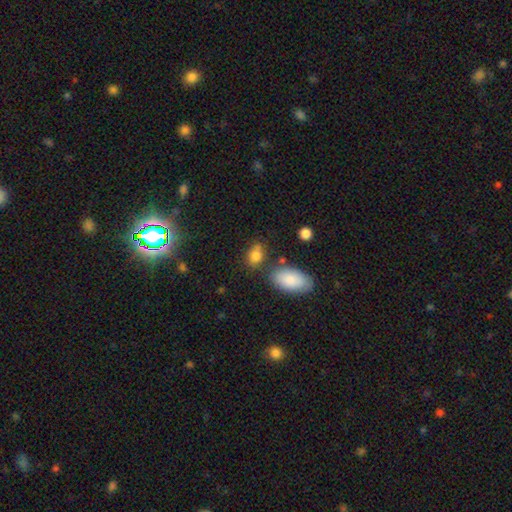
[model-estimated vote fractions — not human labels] A smooth galaxy with no disk features (82%) that is in between round and cigar-shaped (76%). Merging: none (62%).